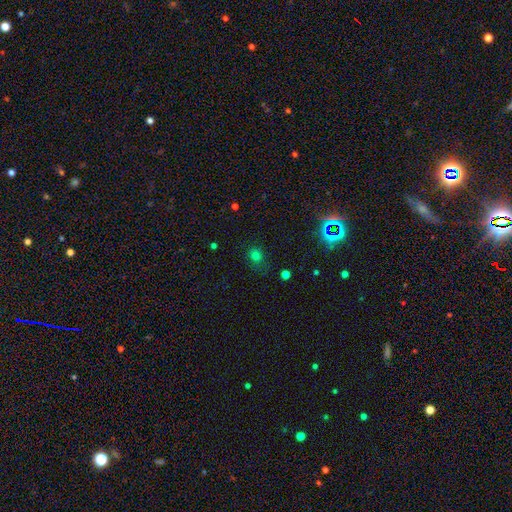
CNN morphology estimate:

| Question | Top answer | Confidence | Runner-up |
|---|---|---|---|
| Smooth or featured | smooth | 71% | star or artifact (23%) |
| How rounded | round | 68% | in between (31%) |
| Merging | none | 69% | minor disturbance (20%) |